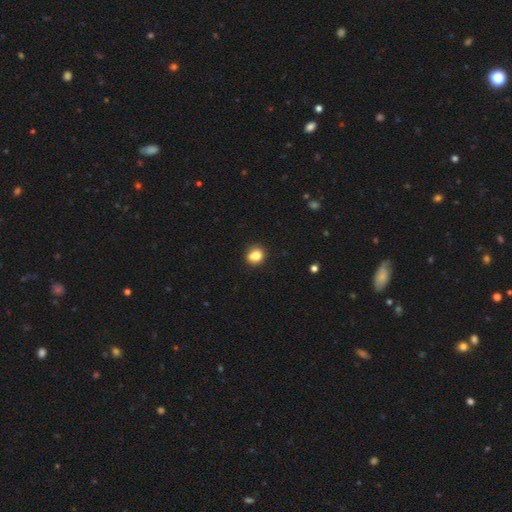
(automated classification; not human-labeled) Smooth or featured? Predicted: smooth (p=0.82). How rounded? Predicted: round (p=0.68). Merging? Predicted: none (p=0.70).